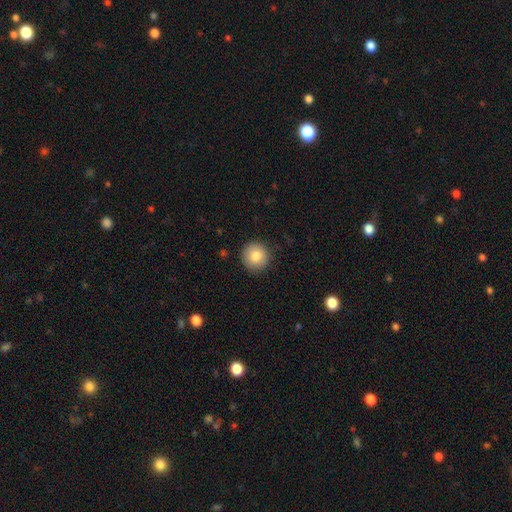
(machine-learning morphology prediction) Smooth or featured?
  - smooth: 84% *
  - star or artifact: 9%
  - featured or disk: 8%
How rounded?
  - round: 95% *
  - in between: 4%
  - cigar-shaped: 1%
Merging?
  - none: 90% *
  - minor disturbance: 7%
  - major disturbance: 2%
  - merger: 1%